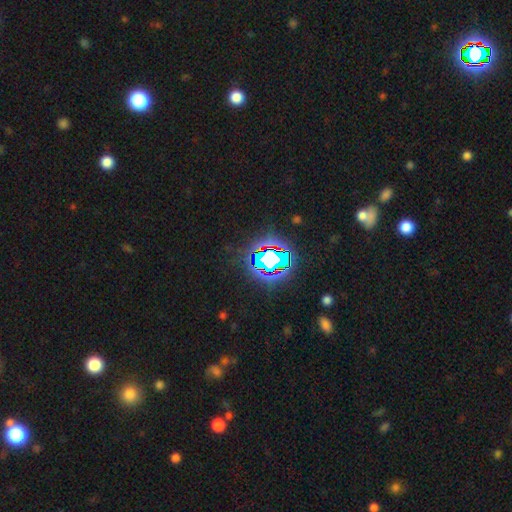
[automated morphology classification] A star or artifact, not a galaxy (81%).

Vote fractions:
- Smooth or featured? star or artifact: 81% / smooth: 12% / featured or disk: 7%